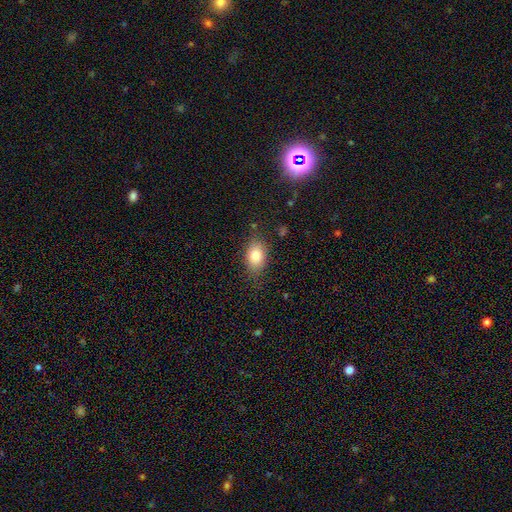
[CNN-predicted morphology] type=smooth (81%); roundness=in between (82%); merging=none (79%).